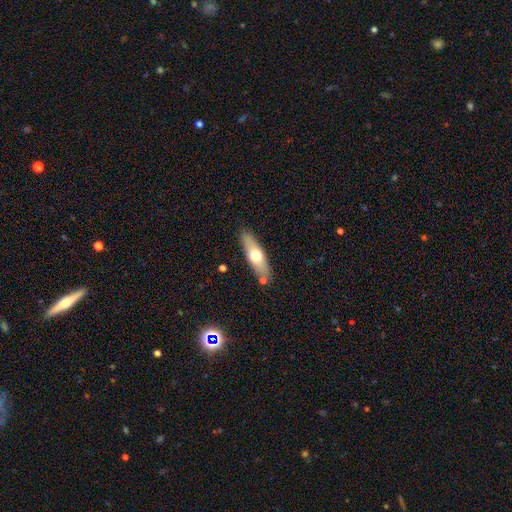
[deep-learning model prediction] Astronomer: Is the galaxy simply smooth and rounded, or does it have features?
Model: smooth — 57% (runner-up: featured or disk, 37%).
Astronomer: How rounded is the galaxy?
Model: cigar-shaped — 55% (runner-up: in between, 42%).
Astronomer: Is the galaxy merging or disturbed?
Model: none — 83%.